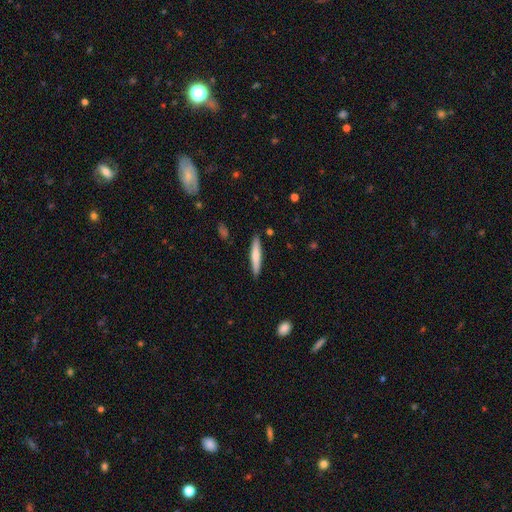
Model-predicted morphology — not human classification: Q: Smooth or featured?
A: smooth (70%); runner-up: featured or disk (24%)
Q: How rounded?
A: cigar-shaped (91%); runner-up: in between (8%)
Q: Merging?
A: none (88%); runner-up: minor disturbance (9%)